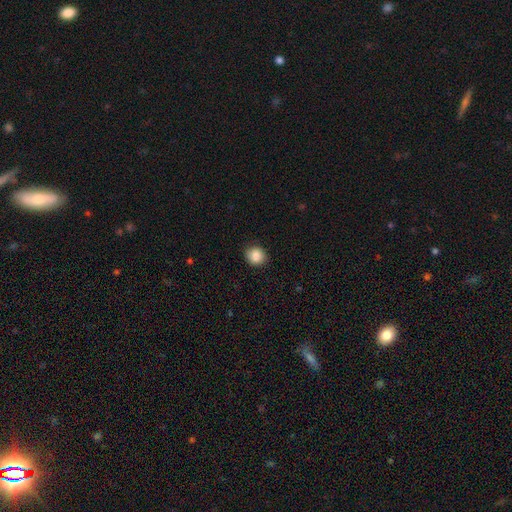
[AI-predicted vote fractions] Morphology: type=smooth (86%); roundness=round (83%); merging=none (88%).